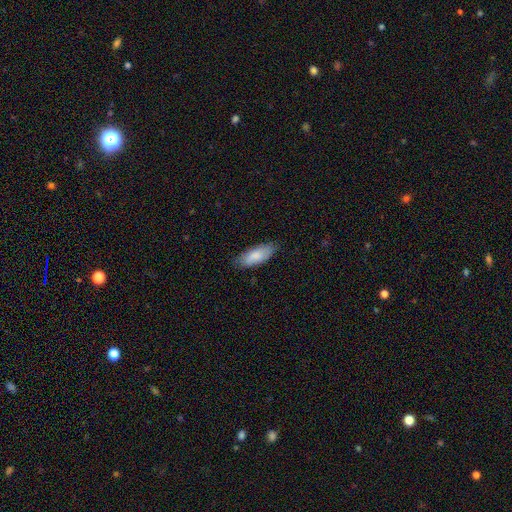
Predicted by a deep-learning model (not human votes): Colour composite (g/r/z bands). It shows a smooth galaxy with no disk features (82%) that is in between round and cigar-shaped (76%). Merging: none (78%).